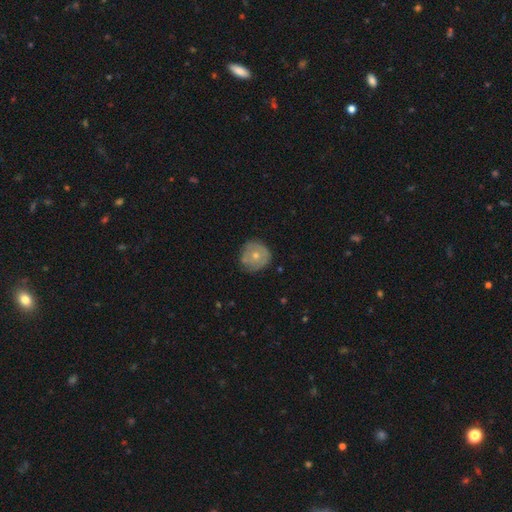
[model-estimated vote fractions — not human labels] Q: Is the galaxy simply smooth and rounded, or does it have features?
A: smooth — 55%.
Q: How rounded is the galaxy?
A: round — 92%.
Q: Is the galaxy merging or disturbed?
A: none — 69%.